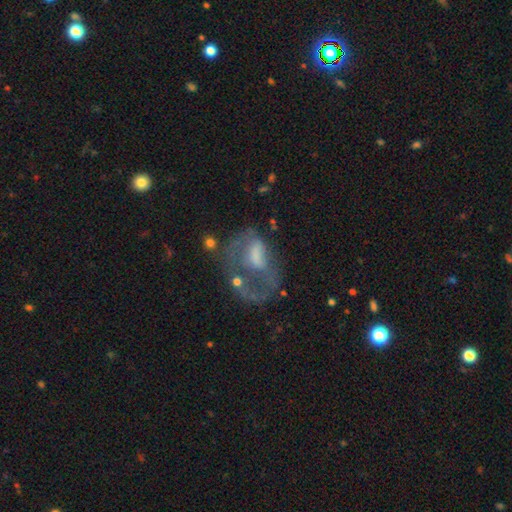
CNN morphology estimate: This is possibly a featured or disk galaxy (58%). It is clearly not viewed edge-on (97%). Bar: possibly no (59%). Spiral arm pattern: possibly no (56%). Central bulge: marginally none (36%). Merging: possibly major disturbance (51%).